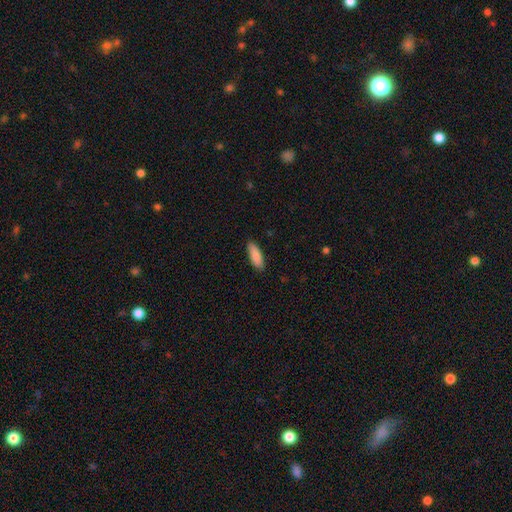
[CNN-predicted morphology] smooth-or-featured: smooth: 89% | star or artifact: 6% | featured or disk: 5%
  how-rounded: in between: 62% | cigar-shaped: 36% | round: 2%
  merging: none: 88% | minor disturbance: 9% | major disturbance: 2% | merger: 1%